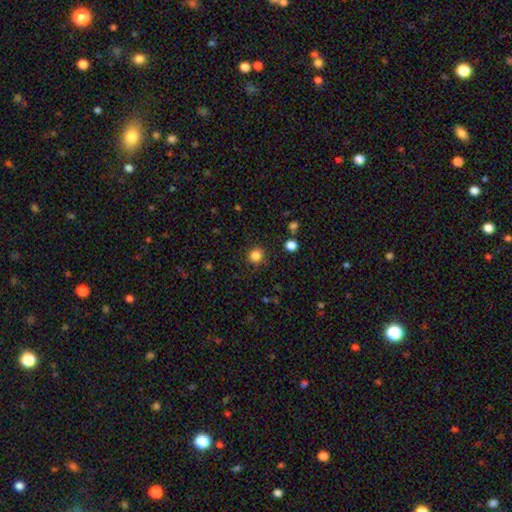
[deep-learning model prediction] Smooth or featured: smooth — 84% (star or artifact — 12%)
How rounded: round — 92% (in between — 7%)
Merging: none — 89% (minor disturbance — 7%)